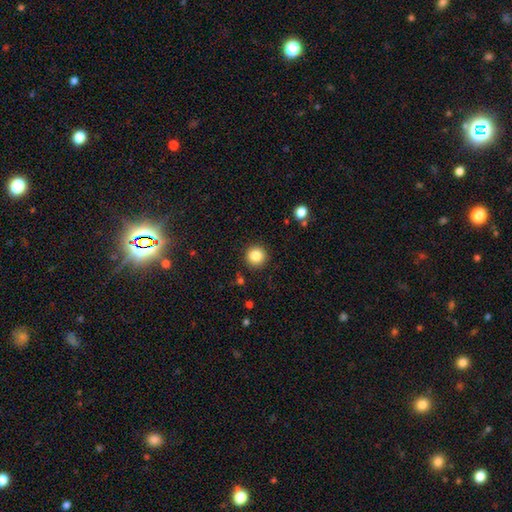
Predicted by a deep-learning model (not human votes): This appears to be a smooth galaxy with no disk features (85%) that is round (95%). Merging: none (91%).